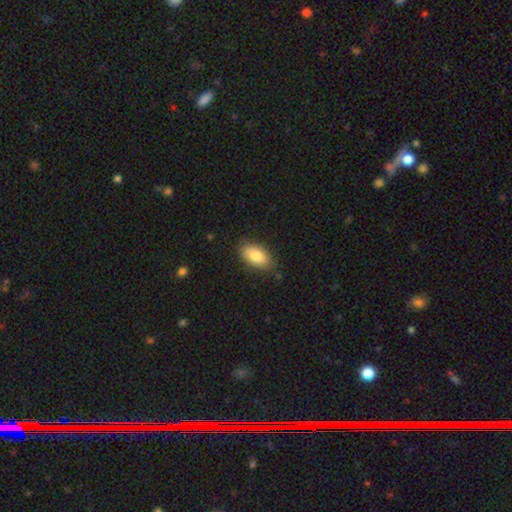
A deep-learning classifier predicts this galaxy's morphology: A smooth galaxy with no disk features (84%) that is in between round and cigar-shaped (92%).

Vote fractions:
- Smooth or featured? smooth: 84% / featured or disk: 9% / star or artifact: 6%
- How rounded? in between: 92% / cigar-shaped: 5% / round: 3%
- Merging? none: 82% / minor disturbance: 14% / major disturbance: 3% / merger: 1%